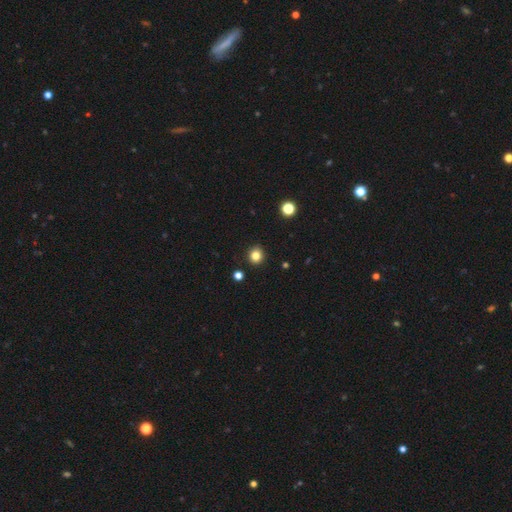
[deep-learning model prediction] The model was most divided on "how rounded": round: 82%, in between: 17%, cigar-shaped: 1%. More confident: merging — none (90%); smooth or featured — smooth (82%).